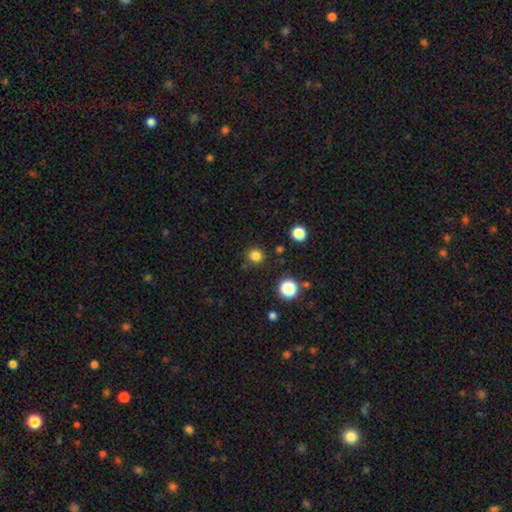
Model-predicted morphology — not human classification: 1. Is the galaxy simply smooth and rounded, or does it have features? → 81% smooth, 15% star or artifact, 4% featured or disk.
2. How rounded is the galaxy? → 90% round, 9% in between, 1% cigar-shaped.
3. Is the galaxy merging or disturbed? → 86% none, 8% minor disturbance, 3% merger, 3% major disturbance.